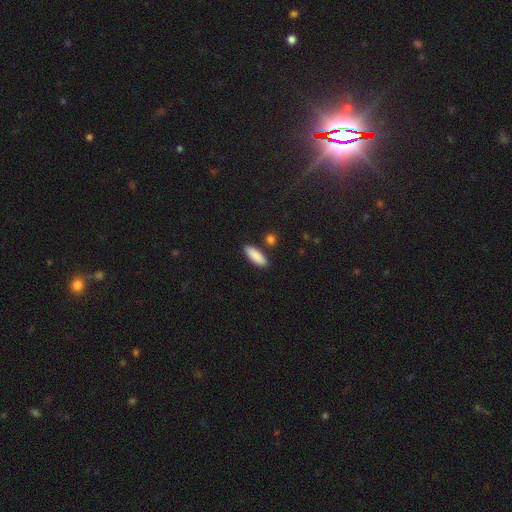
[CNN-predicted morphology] This is clearly a smooth galaxy (89%). How rounded: likely in between (63%). Merging: clearly none (86%).